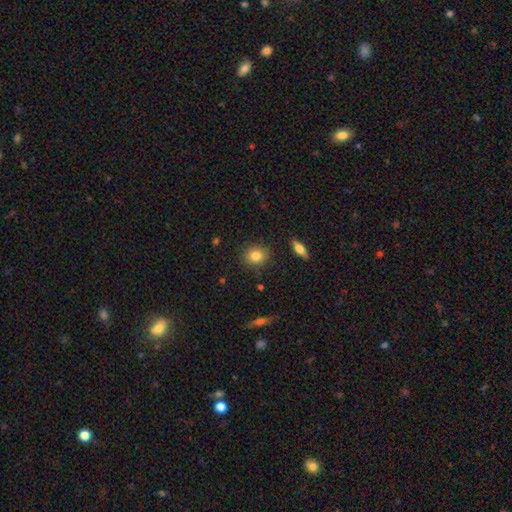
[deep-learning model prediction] Smooth or featured: smooth — 83% (star or artifact — 9%)
How rounded: round — 72% (in between — 26%)
Merging: none — 89% (minor disturbance — 8%)